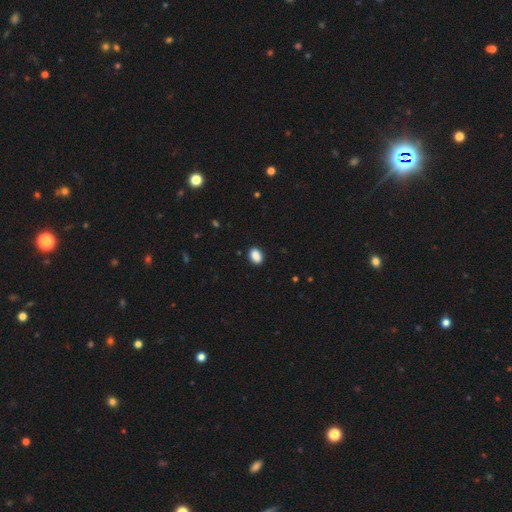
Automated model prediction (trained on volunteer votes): The model was most divided on "how rounded": in between: 83%, round: 15%, cigar-shaped: 1%. More confident: merging — none (90%); smooth or featured — smooth (89%).